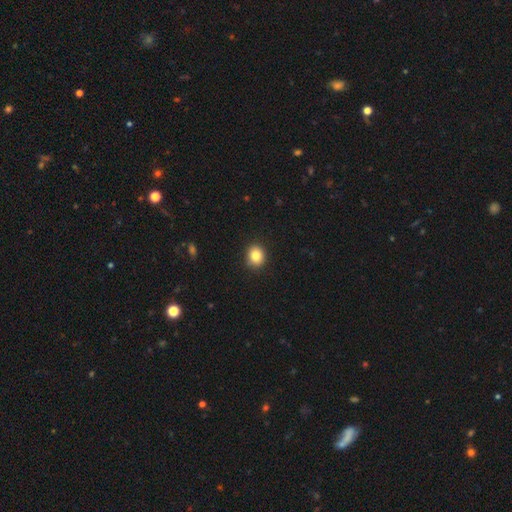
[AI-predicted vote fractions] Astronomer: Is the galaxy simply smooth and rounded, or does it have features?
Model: smooth — 84%.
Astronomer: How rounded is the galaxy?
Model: round — 72%.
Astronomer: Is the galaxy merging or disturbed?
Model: none — 89%.